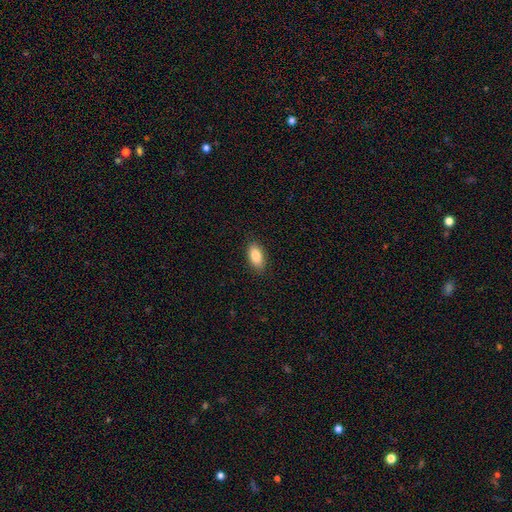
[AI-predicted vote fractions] Overall: smooth (87%). How rounded: in between (92%). Merging: none (88%).